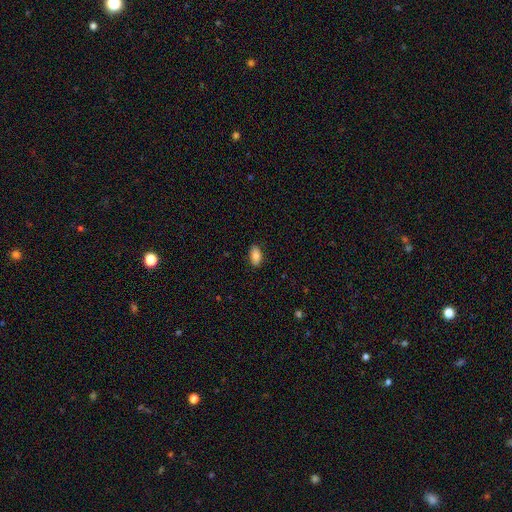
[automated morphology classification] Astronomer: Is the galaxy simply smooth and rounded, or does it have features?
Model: smooth — 83%.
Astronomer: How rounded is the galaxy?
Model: in between — 91%.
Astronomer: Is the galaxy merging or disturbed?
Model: none — 88%.